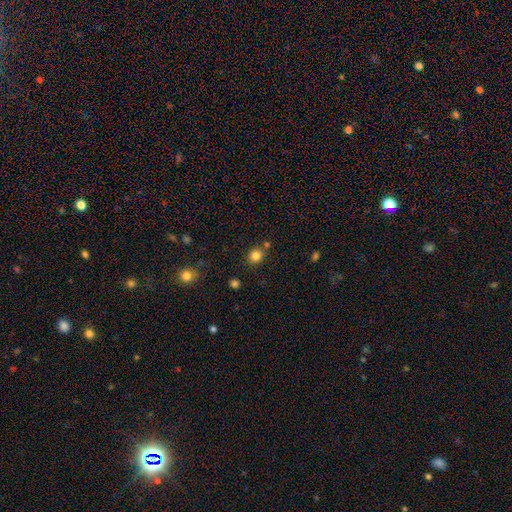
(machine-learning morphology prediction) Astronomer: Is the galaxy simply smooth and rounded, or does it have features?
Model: smooth — 83%.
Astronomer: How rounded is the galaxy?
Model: round — 73%.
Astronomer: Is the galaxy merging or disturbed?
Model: none — 74%.